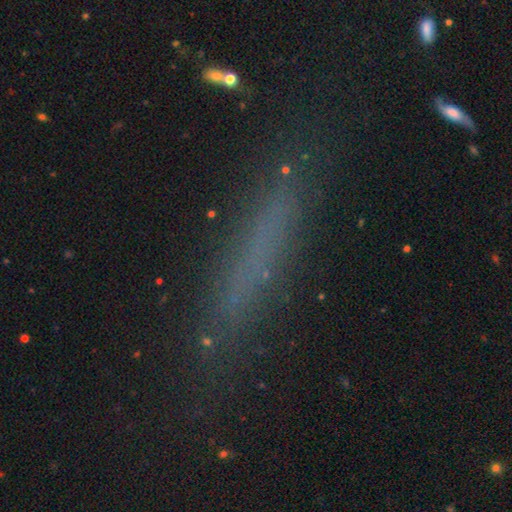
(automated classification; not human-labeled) smooth_or_featured: smooth (p=0.52) [alt: featured or disk p=0.29]
how_rounded: cigar-shaped (p=0.90) [alt: in between p=0.07]
merging: none (p=0.79) [alt: minor disturbance p=0.14]